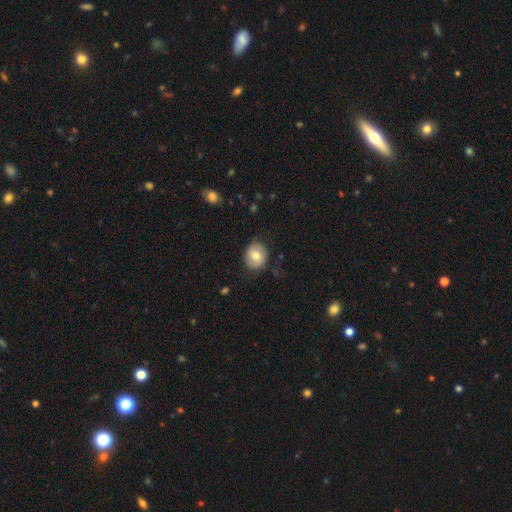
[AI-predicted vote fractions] Q: Smooth or featured?
A: smooth (76%); runner-up: featured or disk (17%)
Q: How rounded?
A: round (64%); runner-up: in between (35%)
Q: Merging?
A: none (79%); runner-up: minor disturbance (16%)